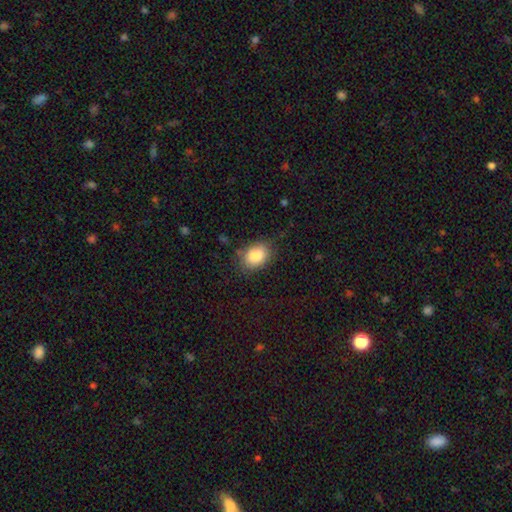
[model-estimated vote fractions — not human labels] Q: Smooth or featured?
A: smooth (83%); runner-up: featured or disk (8%)
Q: How rounded?
A: in between (70%); runner-up: round (29%)
Q: Merging?
A: none (76%); runner-up: minor disturbance (17%)